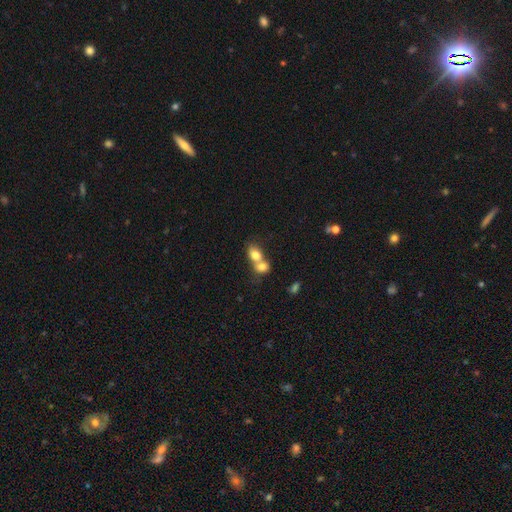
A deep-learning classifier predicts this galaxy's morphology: Q: Smooth or featured?
A: smooth (76%); runner-up: featured or disk (15%)
Q: How rounded?
A: in between (57%); runner-up: round (41%)
Q: Merging?
A: merger (72%); runner-up: none (20%)